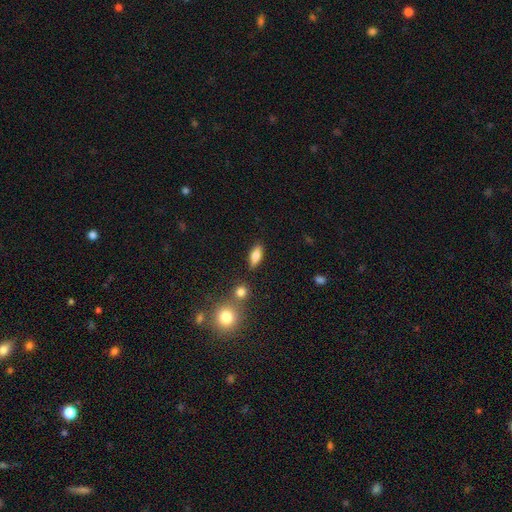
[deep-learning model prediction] smooth 77%, featured or disk 14%, star or artifact 8%. Down the decision tree: how rounded — in between (73%); merging — none (82%).